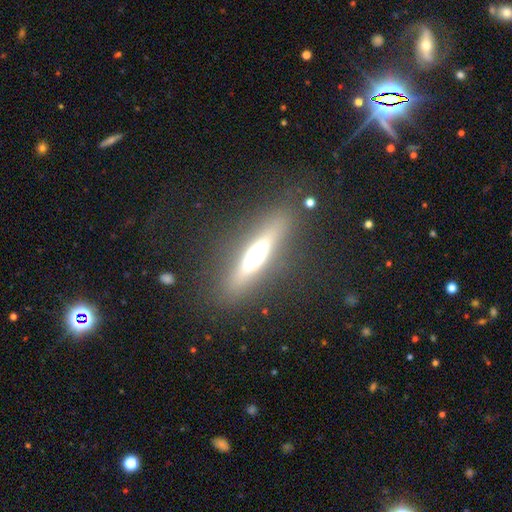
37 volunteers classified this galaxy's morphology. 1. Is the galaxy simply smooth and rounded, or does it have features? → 62% featured or disk, 30% smooth, 8% star or artifact.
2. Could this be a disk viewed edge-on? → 96% yes, 4% no.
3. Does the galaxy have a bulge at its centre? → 95% rounded, 5% none, 0% boxy.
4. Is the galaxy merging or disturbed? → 91% none, 6% merger, 3% minor disturbance, 0% major disturbance.